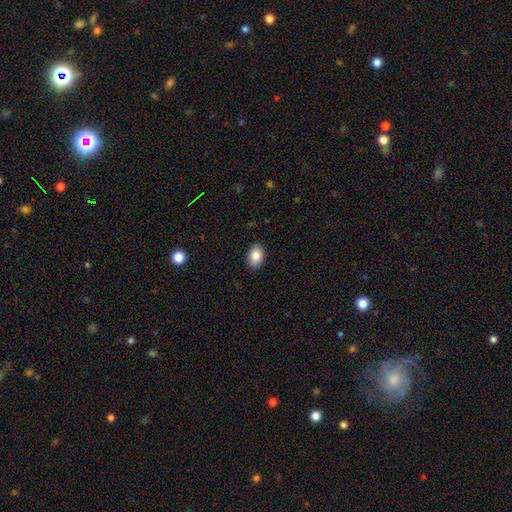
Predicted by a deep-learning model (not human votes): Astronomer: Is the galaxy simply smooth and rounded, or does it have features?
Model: smooth — 86%.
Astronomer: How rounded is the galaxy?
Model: in between — 85%.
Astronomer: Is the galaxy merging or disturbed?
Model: none — 89%.